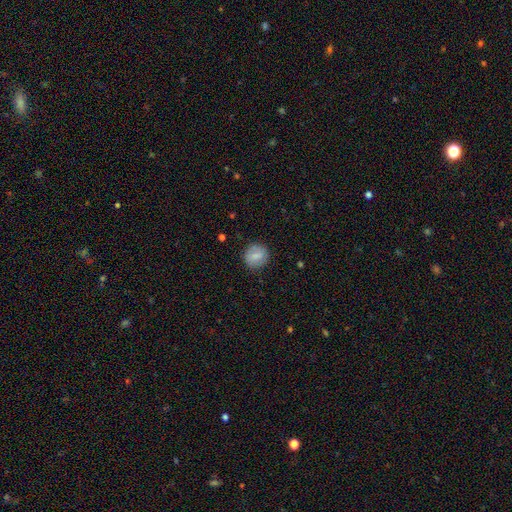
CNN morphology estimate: This appears to be a smooth galaxy with no disk features (79%) that is round (84%). Merging: none (87%).